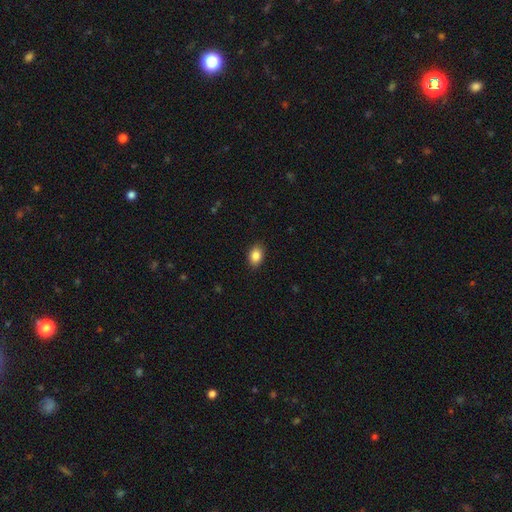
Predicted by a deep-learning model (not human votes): Smooth or featured: smooth — 86% (star or artifact — 8%)
How rounded: in between — 80% (round — 18%)
Merging: none — 89% (minor disturbance — 8%)